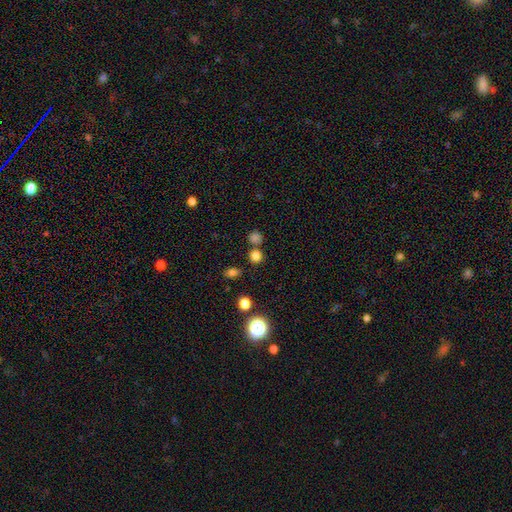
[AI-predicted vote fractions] Smooth or featured? smooth (77%)
How rounded? round (86%)
Merging? none (74%)